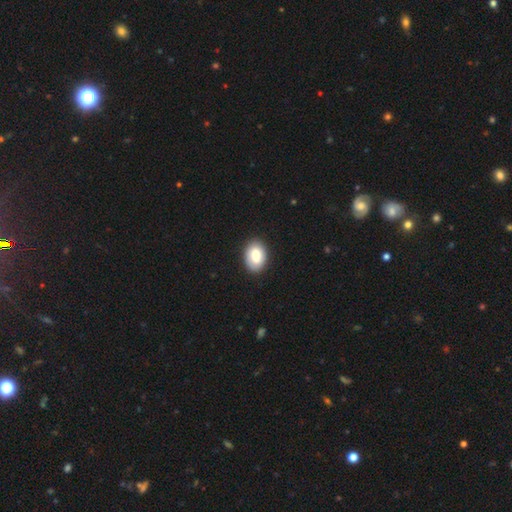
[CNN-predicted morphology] smooth 80%, featured or disk 14%, star or artifact 7%. Down the decision tree: how rounded — in between (84%); merging — none (88%).